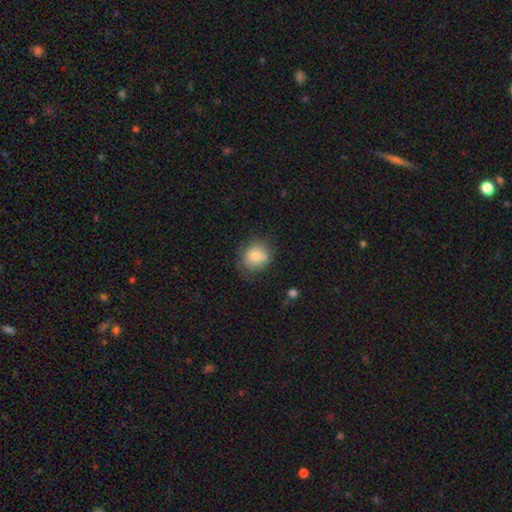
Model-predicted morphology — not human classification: A smooth galaxy with no disk features (76%) that is round (76%). Merging: none (66%).